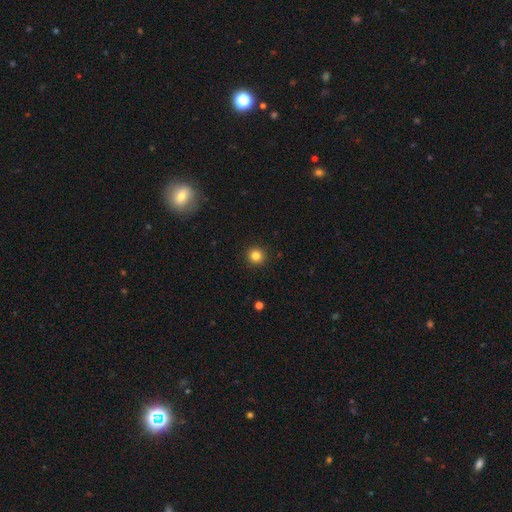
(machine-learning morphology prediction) smooth_or_featured: smooth (p=0.83) [alt: star or artifact p=0.12]
how_rounded: round (p=0.94) [alt: in between p=0.05]
merging: none (p=0.92) [alt: minor disturbance p=0.05]